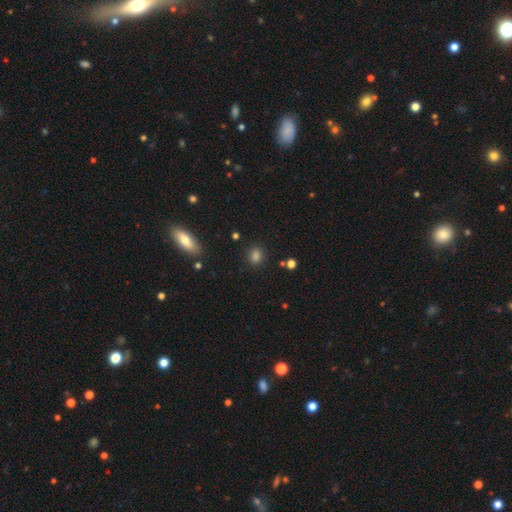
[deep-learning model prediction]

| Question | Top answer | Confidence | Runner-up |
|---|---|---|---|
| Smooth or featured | smooth | 81% | star or artifact (14%) |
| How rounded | round | 54% | in between (44%) |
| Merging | none | 85% | minor disturbance (9%) |